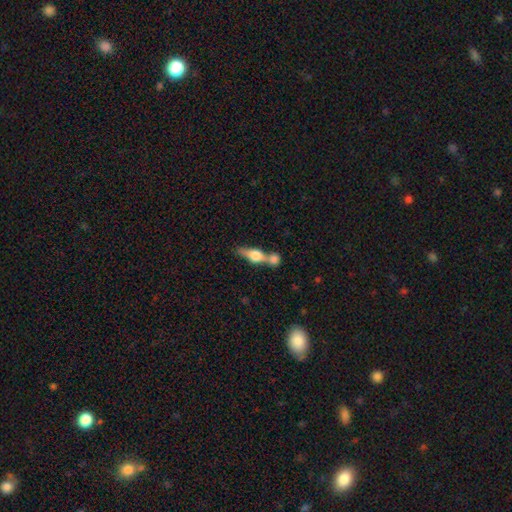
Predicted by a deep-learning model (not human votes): A featured or disk galaxy (50%) viewed edge-on (83%).

Vote fractions:
- Smooth or featured? featured or disk: 50% / smooth: 42% / star or artifact: 7%
- Edge-on disk? yes: 83% / no: 17%
- Merging? merger: 52% / none: 35% / minor disturbance: 9% / major disturbance: 5%